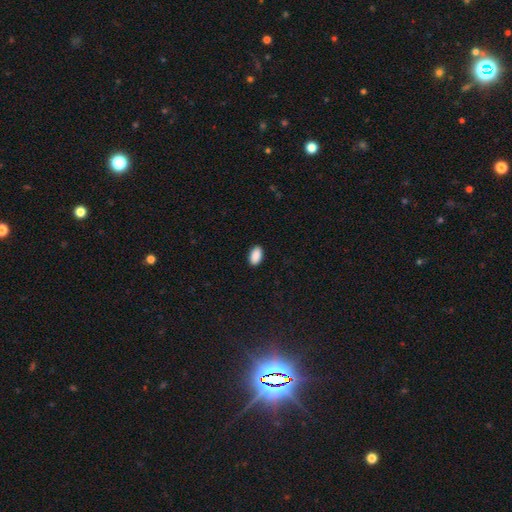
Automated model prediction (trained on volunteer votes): Smooth or featured? Predicted: smooth (p=0.91). How rounded? Predicted: in between (p=0.94). Merging? Predicted: none (p=0.89).